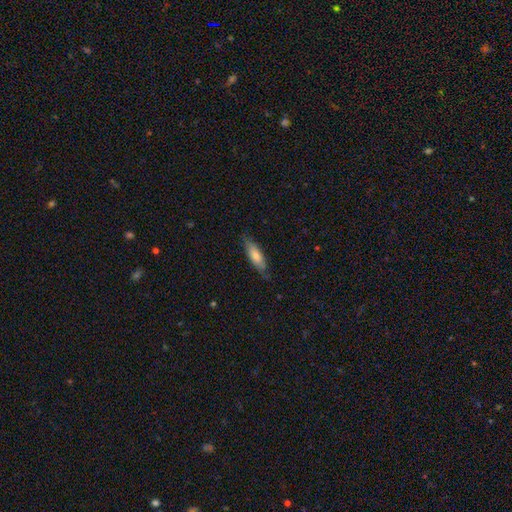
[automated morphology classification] smooth 67%, featured or disk 27%, star or artifact 6%. Down the decision tree: how rounded — in between (52%); merging — none (72%).